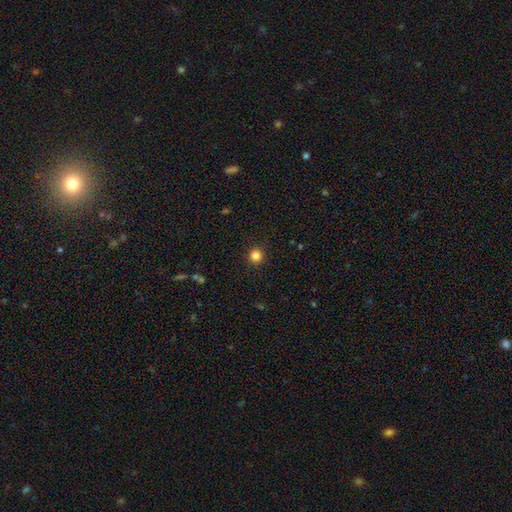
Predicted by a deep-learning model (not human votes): This appears to be a smooth galaxy with no disk features (84%) that is round (94%). Merging: none (92%).